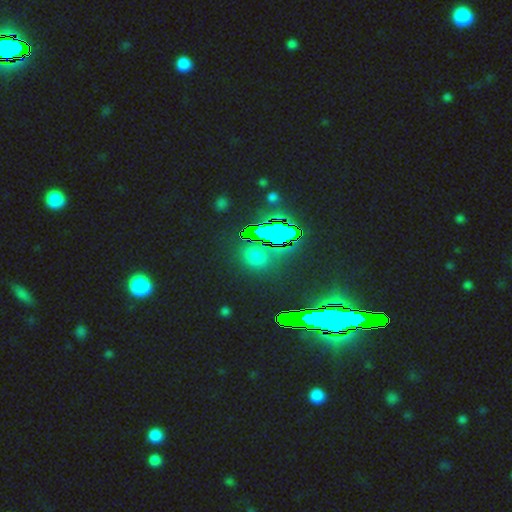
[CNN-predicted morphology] type=star or artifact (53%).